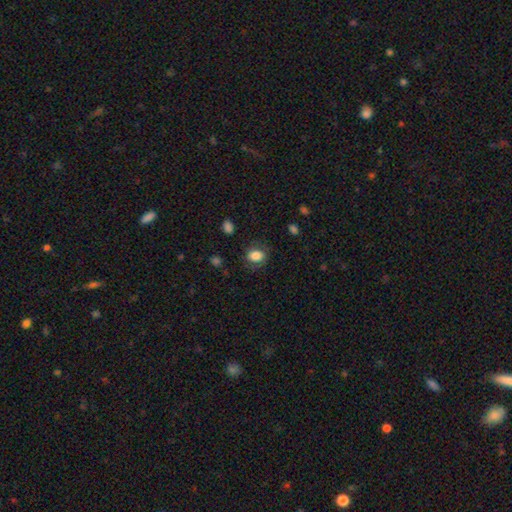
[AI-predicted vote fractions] A smooth galaxy with no disk features (79%) that is in between round and cigar-shaped (58%).

Vote fractions:
- Smooth or featured? smooth: 79% / featured or disk: 12% / star or artifact: 9%
- How rounded? in between: 58% / round: 40% / cigar-shaped: 1%
- Merging? none: 76% / minor disturbance: 15% / major disturbance: 7% / merger: 1%